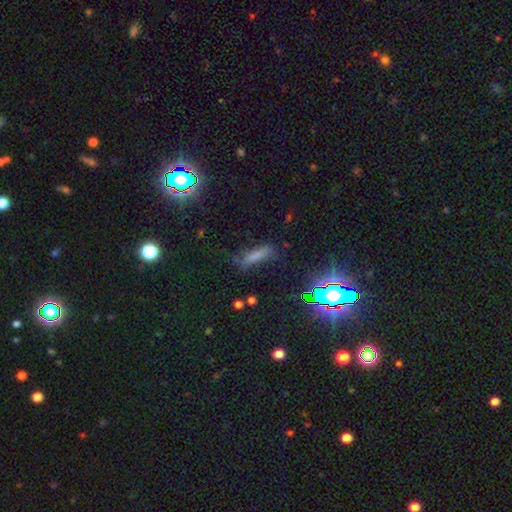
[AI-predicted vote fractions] This appears to be a smooth galaxy with no disk features (61%) that is cigar-shaped (72%). Merging: none (63%).